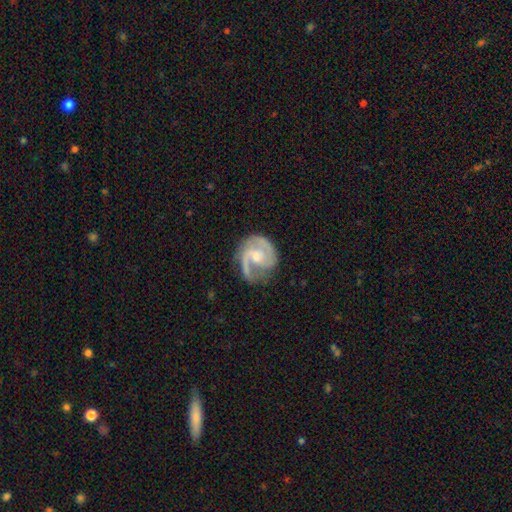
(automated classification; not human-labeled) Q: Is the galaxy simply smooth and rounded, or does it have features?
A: featured or disk — 89%.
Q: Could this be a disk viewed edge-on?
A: no — 98%.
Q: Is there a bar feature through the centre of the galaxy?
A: no — 45%.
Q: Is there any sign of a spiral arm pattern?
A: yes — 97%.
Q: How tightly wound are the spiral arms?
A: medium — 55%.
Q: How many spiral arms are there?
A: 2 — 82%.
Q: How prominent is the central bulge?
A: small — 49%.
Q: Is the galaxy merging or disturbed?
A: none — 69%.